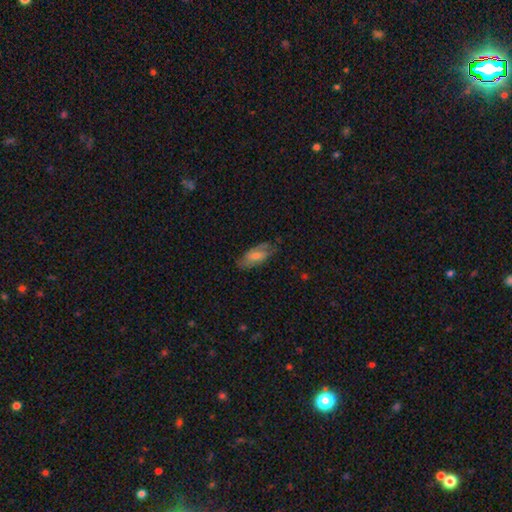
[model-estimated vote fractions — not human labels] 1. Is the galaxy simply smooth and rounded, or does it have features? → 50% smooth, 42% featured or disk, 8% star or artifact.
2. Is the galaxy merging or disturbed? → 69% none, 22% minor disturbance, 7% major disturbance, 1% merger.